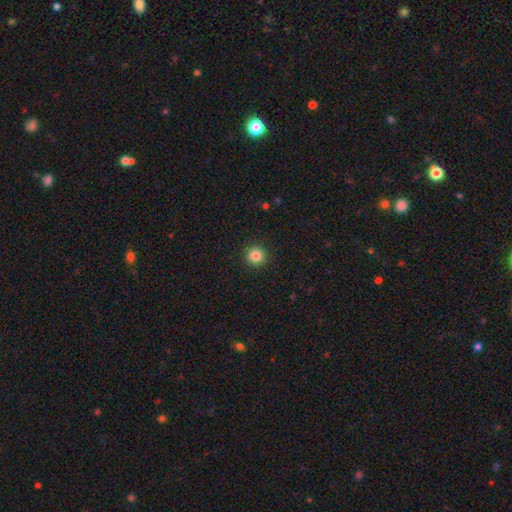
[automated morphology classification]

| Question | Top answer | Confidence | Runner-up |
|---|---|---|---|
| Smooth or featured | smooth | 84% | star or artifact (11%) |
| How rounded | round | 95% | in between (4%) |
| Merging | none | 92% | minor disturbance (5%) |